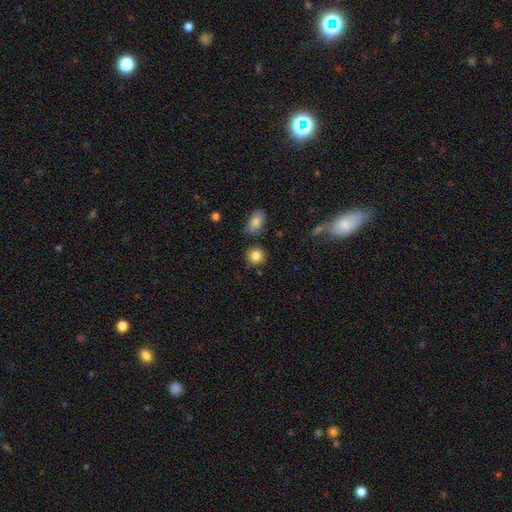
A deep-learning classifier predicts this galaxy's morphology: The model was most divided on "merging": none: 82%, minor disturbance: 10%, merger: 5%, major disturbance: 3%. More confident: how rounded — round (86%); smooth or featured — smooth (84%).